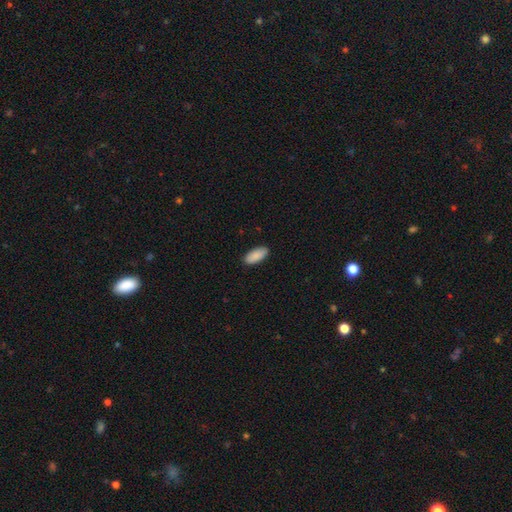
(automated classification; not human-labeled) Smooth or featured: smooth — 90% (star or artifact — 6%)
How rounded: in between — 90% (cigar-shaped — 9%)
Merging: none — 89% (minor disturbance — 8%)